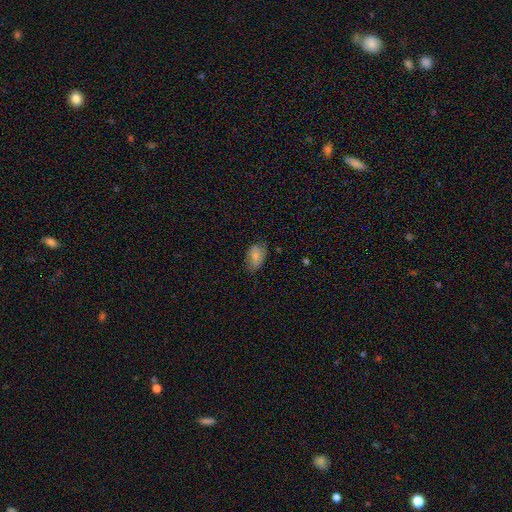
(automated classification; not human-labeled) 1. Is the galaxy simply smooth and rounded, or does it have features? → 77% smooth, 15% featured or disk, 8% star or artifact.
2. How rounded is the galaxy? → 88% in between, 10% round, 1% cigar-shaped.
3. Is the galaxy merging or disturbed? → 68% none, 25% minor disturbance, 6% major disturbance, 1% merger.